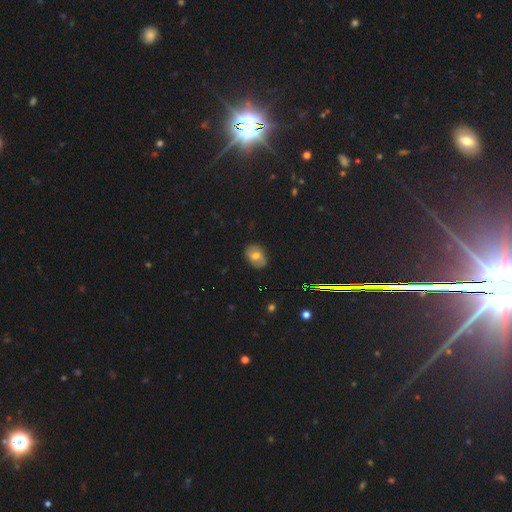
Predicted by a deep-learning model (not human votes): Overall: smooth (57%; featured or disk 29%). How rounded: in between (63%; round 35%). Merging: none (79%).